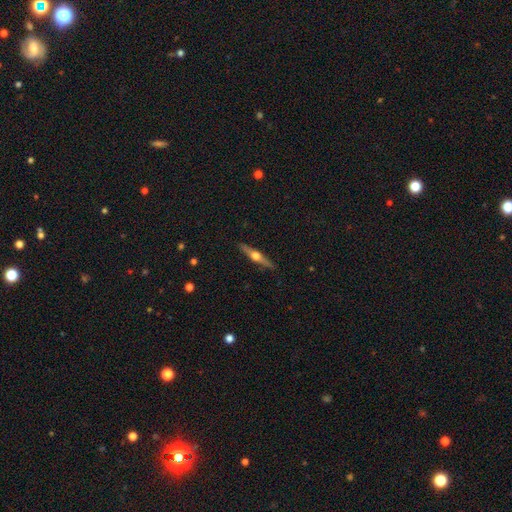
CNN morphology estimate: A featured or disk galaxy (73%) viewed edge-on (97%) with a rounded central bulge (95%). Merging: none (90%).